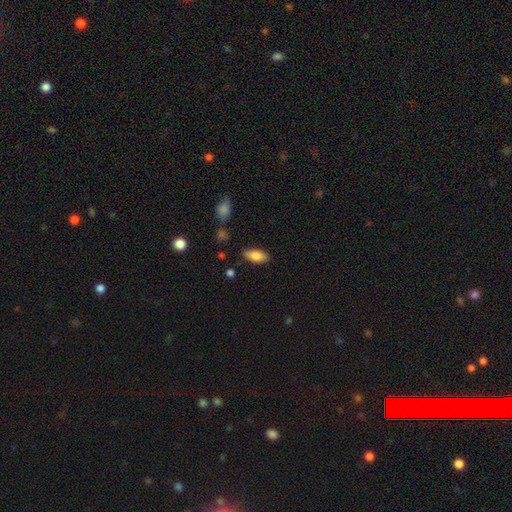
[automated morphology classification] Smooth or featured?
  - smooth: 80% *
  - featured or disk: 13%
  - star or artifact: 7%
How rounded?
  - in between: 86% *
  - cigar-shaped: 11%
  - round: 3%
Merging?
  - none: 84% *
  - minor disturbance: 11%
  - major disturbance: 2%
  - merger: 2%